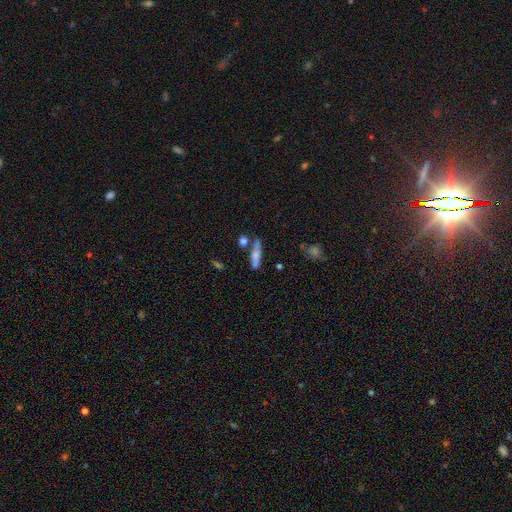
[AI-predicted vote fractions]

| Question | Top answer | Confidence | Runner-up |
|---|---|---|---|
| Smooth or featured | smooth | 64% | featured or disk (29%) |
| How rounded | cigar-shaped | 73% | in between (23%) |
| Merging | none | 65% | minor disturbance (17%) |